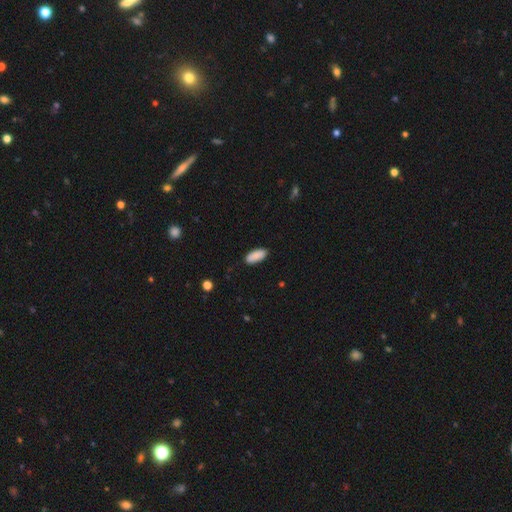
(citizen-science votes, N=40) smooth 98%, star or artifact 2%, featured or disk 0%. Down the decision tree: how rounded — in between (87%); merging — none (95%).